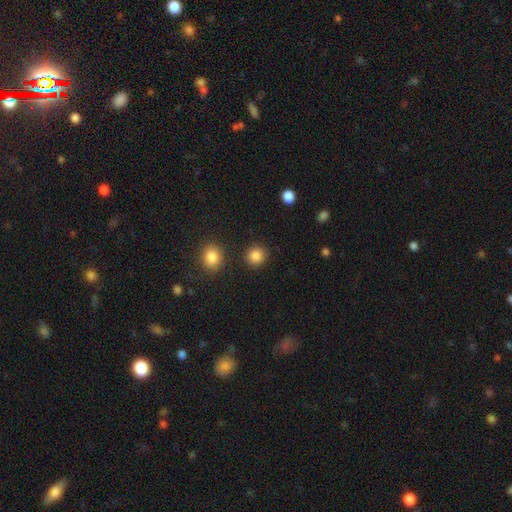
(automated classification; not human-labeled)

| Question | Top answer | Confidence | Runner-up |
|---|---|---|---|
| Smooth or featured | smooth | 86% | star or artifact (10%) |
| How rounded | round | 89% | in between (10%) |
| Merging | none | 88% | minor disturbance (6%) |